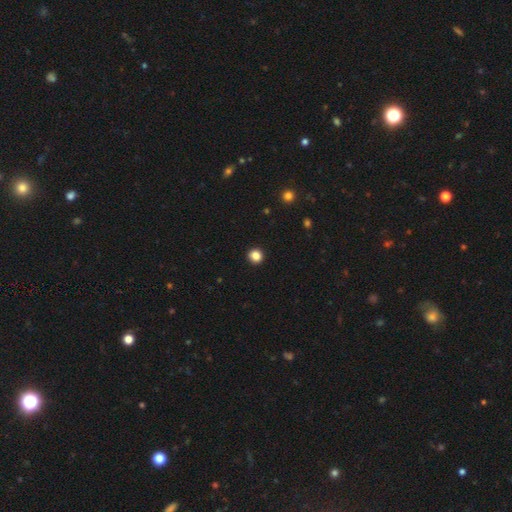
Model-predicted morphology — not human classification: type=smooth (85%); roundness=round (90%); merging=none (93%).